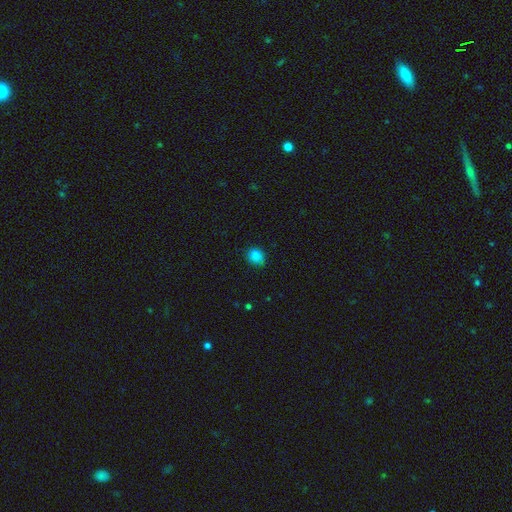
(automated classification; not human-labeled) Overall: smooth (84%). How rounded: round (65%; in between 34%). Merging: none (76%).